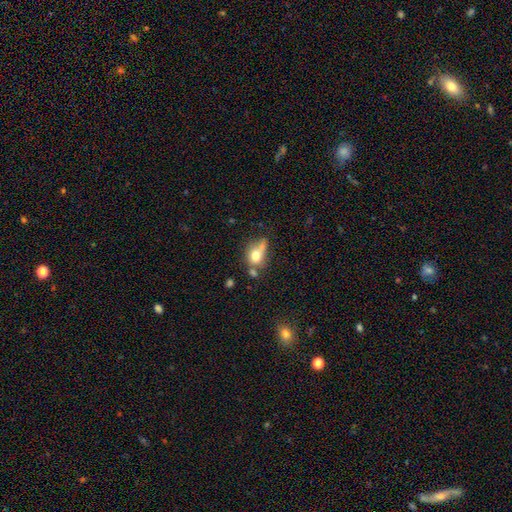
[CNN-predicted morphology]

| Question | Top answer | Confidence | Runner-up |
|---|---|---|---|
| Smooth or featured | smooth | 69% | featured or disk (20%) |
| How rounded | in between | 50% | round (47%) |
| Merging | none | 34% | merger (31%) |